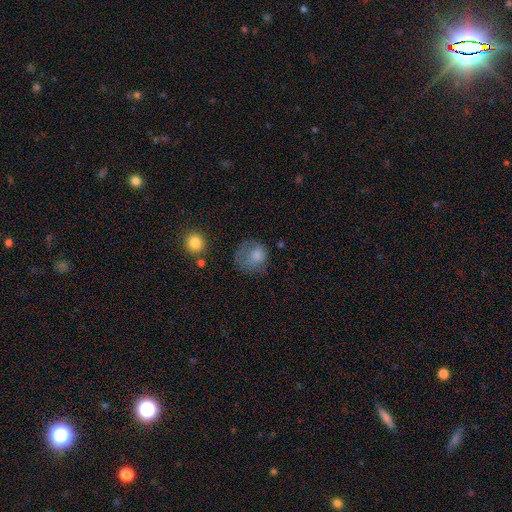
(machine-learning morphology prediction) Smooth or featured: smooth — 74% (featured or disk — 16%)
How rounded: round — 75% (in between — 24%)
Merging: none — 40% (major disturbance — 29%)